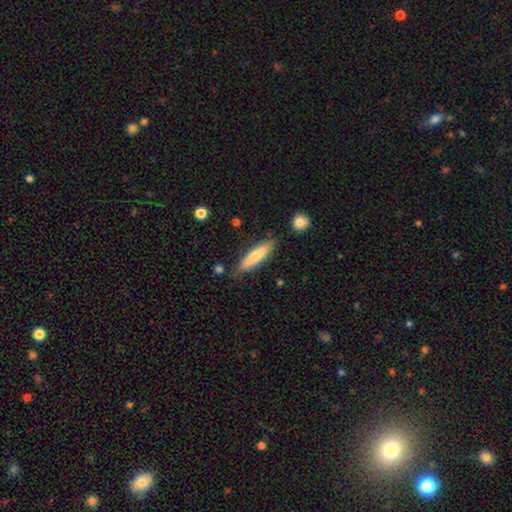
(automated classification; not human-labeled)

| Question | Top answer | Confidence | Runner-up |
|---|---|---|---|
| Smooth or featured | smooth | 72% | featured or disk (22%) |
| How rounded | cigar-shaped | 74% | in between (24%) |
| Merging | none | 79% | minor disturbance (15%) |